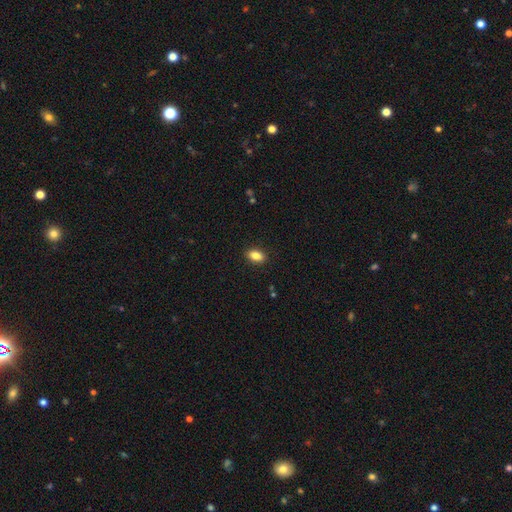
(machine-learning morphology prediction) smooth 86%, star or artifact 8%, featured or disk 6%. Down the decision tree: how rounded — in between (89%); merging — none (89%).